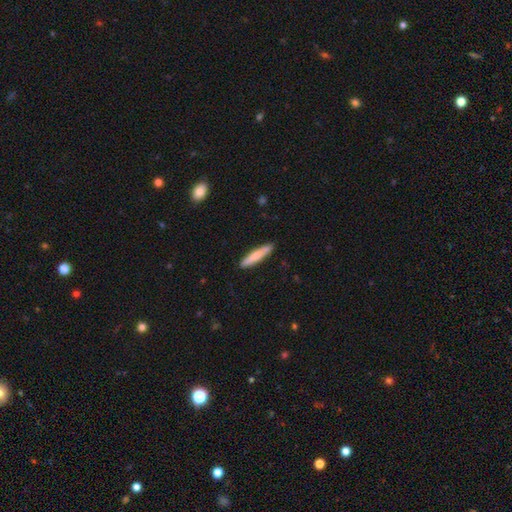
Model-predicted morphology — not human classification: smooth_or_featured: smooth (p=0.75) [alt: featured or disk p=0.20]
how_rounded: cigar-shaped (p=0.90) [alt: in between p=0.09]
merging: none (p=0.87) [alt: minor disturbance p=0.10]